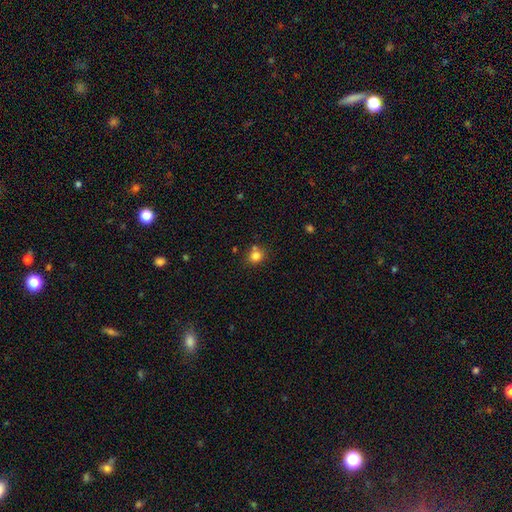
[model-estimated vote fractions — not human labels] A smooth galaxy with no disk features (81%) that is round (80%).

Vote fractions:
- Smooth or featured? smooth: 81% / star or artifact: 12% / featured or disk: 6%
- How rounded? round: 80% / in between: 19% / cigar-shaped: 1%
- Merging? none: 70% / merger: 14% / minor disturbance: 12% / major disturbance: 3%